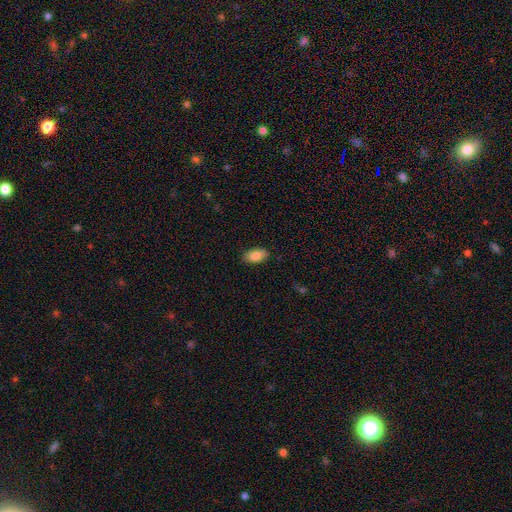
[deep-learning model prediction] smooth 87%, star or artifact 7%, featured or disk 6%. Down the decision tree: how rounded — in between (93%); merging — none (86%).